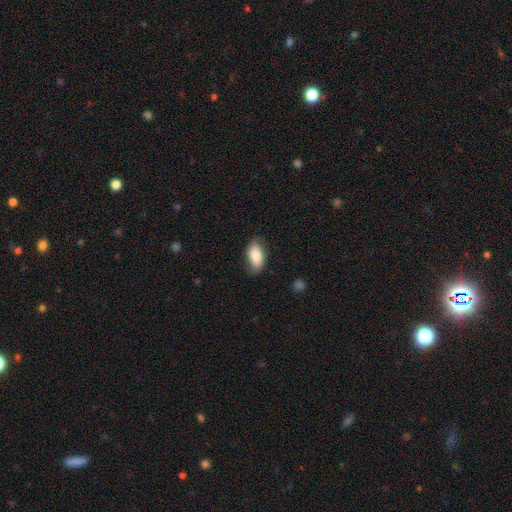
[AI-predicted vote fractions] This appears to be a smooth galaxy with no disk features (81%) that is in between round and cigar-shaped (92%). Merging: none (76%).